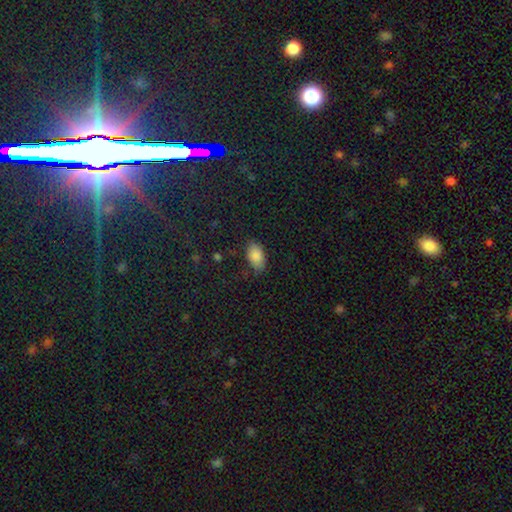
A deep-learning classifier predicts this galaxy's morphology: A smooth galaxy with no disk features (87%) that is in between round and cigar-shaped (92%). Merging: none (81%).